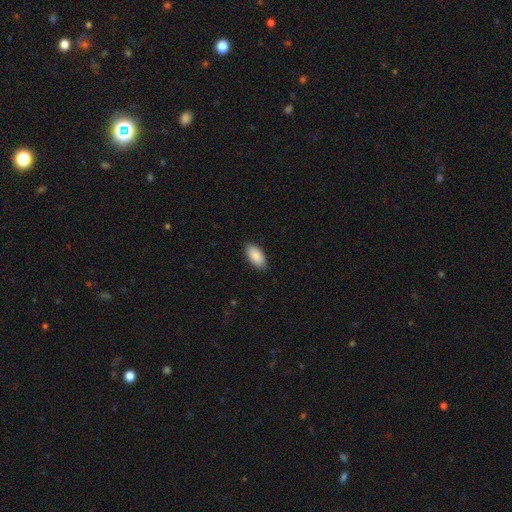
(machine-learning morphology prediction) Smooth or featured? Predicted: smooth (p=0.89). How rounded? Predicted: in between (p=0.94). Merging? Predicted: none (p=0.88).